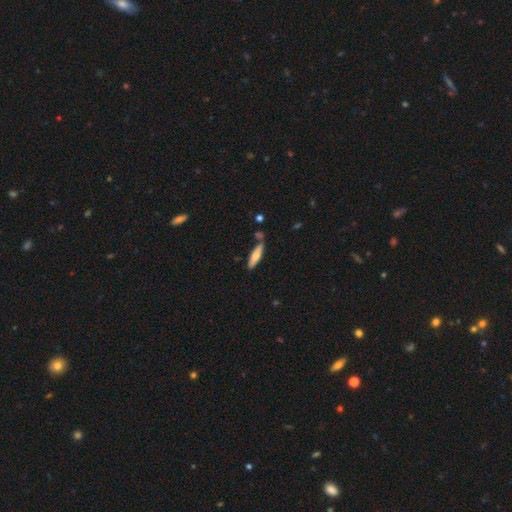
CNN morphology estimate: Overall: smooth (61%; featured or disk 33%). How rounded: cigar-shaped (74%). Merging: none (67%).